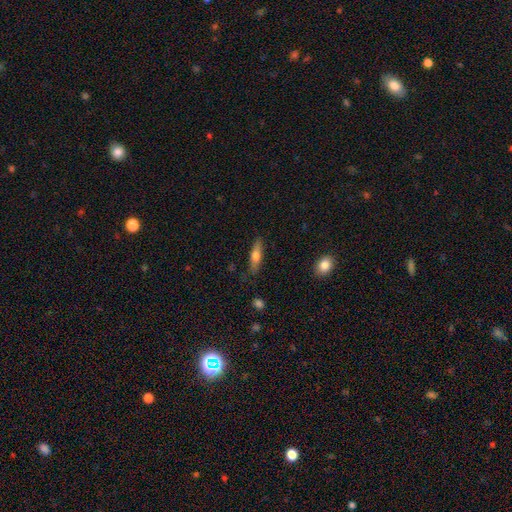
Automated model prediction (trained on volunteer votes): A smooth galaxy with no disk features (60%) that is cigar-shaped (69%).

Vote fractions:
- Smooth or featured? smooth: 60% / featured or disk: 33% / star or artifact: 7%
- How rounded? cigar-shaped: 69% / in between: 29% / round: 2%
- Merging? none: 82% / minor disturbance: 14% / major disturbance: 3% / merger: 2%